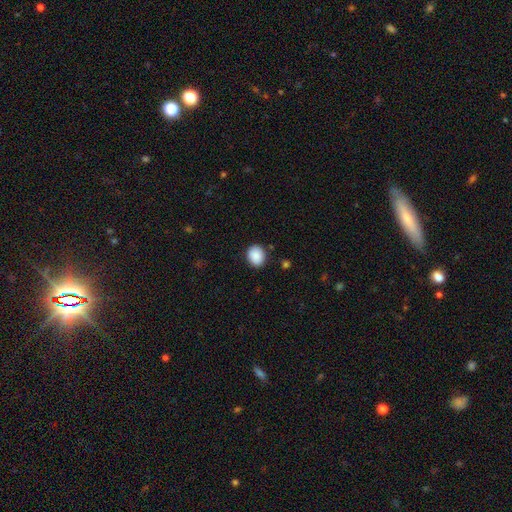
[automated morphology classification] Smooth or featured?
  - smooth: 89% *
  - star or artifact: 8%
  - featured or disk: 3%
How rounded?
  - round: 64% *
  - in between: 35%
  - cigar-shaped: 1%
Merging?
  - none: 87% *
  - minor disturbance: 9%
  - major disturbance: 2%
  - merger: 1%